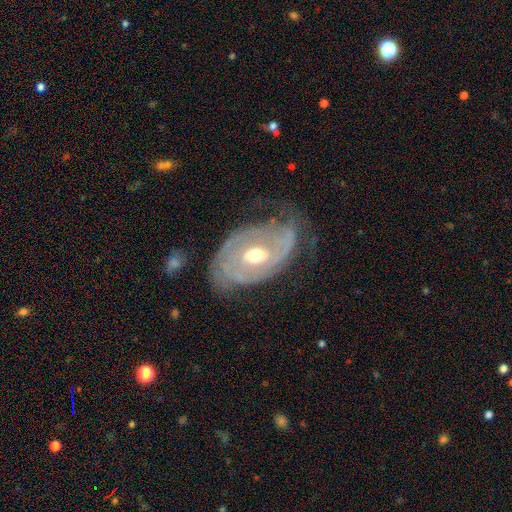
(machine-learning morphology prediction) type=featured or disk (82%); edge-on=no (94%); bar=no (52%); spiral arms=yes (82%); winding=tight (63%); arm count=can't tell (40%); bulge=moderate (70%); merging=none (53%).